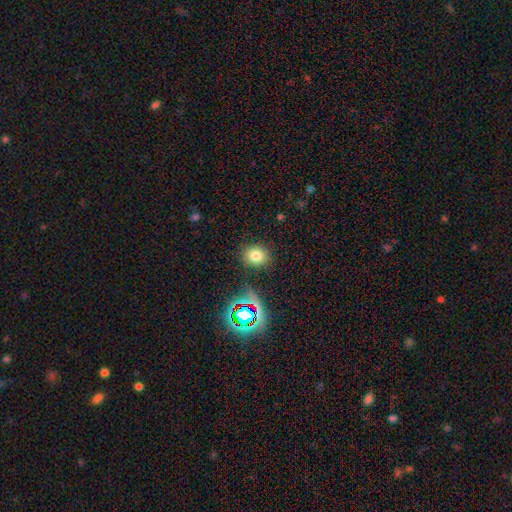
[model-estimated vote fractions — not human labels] Q: Smooth or featured?
A: smooth (74%); runner-up: star or artifact (18%)
Q: How rounded?
A: round (65%); runner-up: in between (33%)
Q: Merging?
A: none (85%); runner-up: minor disturbance (9%)